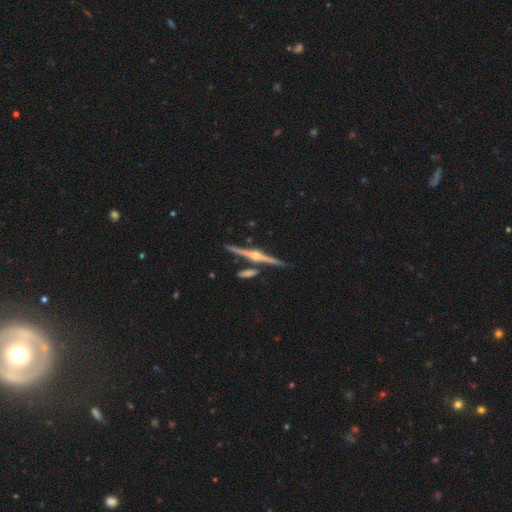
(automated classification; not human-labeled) smooth_or_featured: featured or disk (p=0.88) [alt: smooth p=0.07]
disk_edge_on: yes (p=0.98) [alt: no p=0.02]
edge_on_bulge: rounded (p=0.93) [alt: boxy p=0.04]
merging: none (p=0.84) [alt: minor disturbance p=0.07]